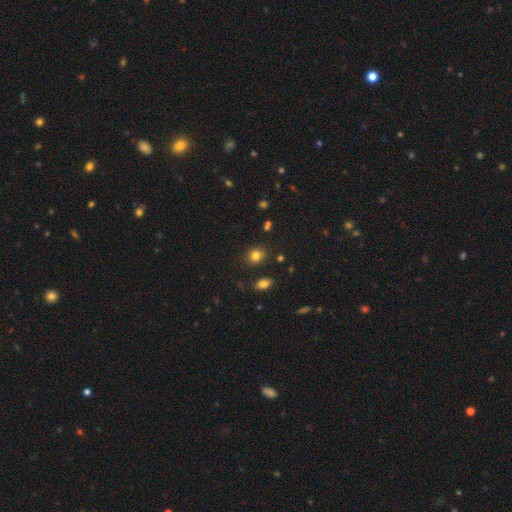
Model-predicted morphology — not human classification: This is clearly a smooth galaxy (81%). How rounded: likely round (68%). Merging: clearly none (84%).